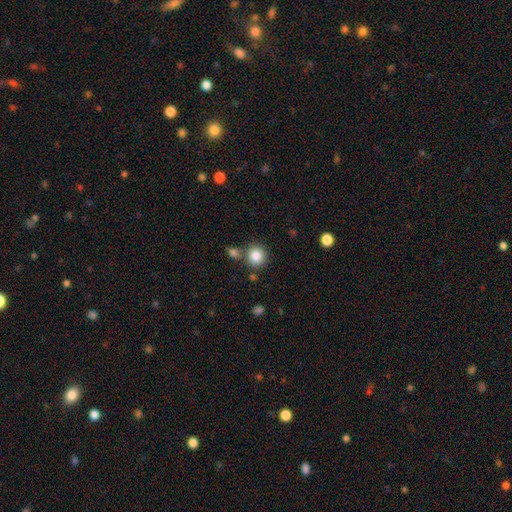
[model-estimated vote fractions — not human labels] The model was most divided on "merging": none: 72%, merger: 16%, minor disturbance: 9%, major disturbance: 3%. More confident: how rounded — round (89%); smooth or featured — smooth (85%).